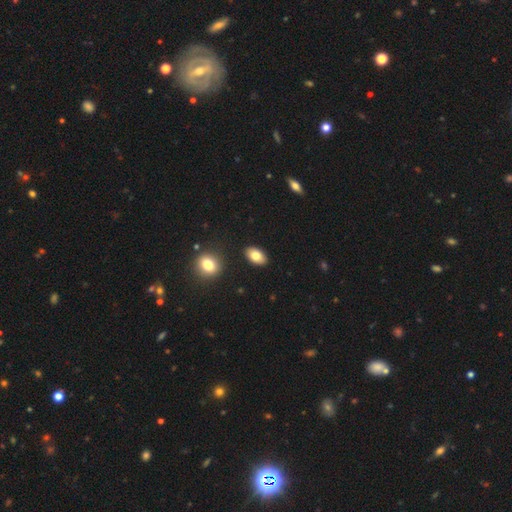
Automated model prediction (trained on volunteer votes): This is clearly a smooth galaxy (81%). How rounded: clearly in between (92%). Merging: clearly none (88%).